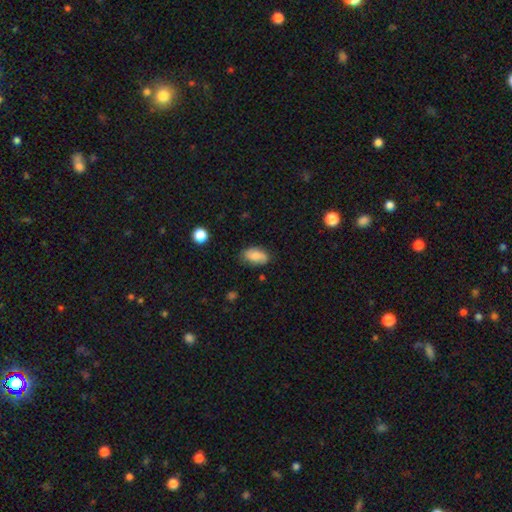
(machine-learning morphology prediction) The model was most divided on "merging": none: 73%, minor disturbance: 21%, major disturbance: 4%, merger: 2%. More confident: how rounded — in between (92%); smooth or featured — smooth (80%).